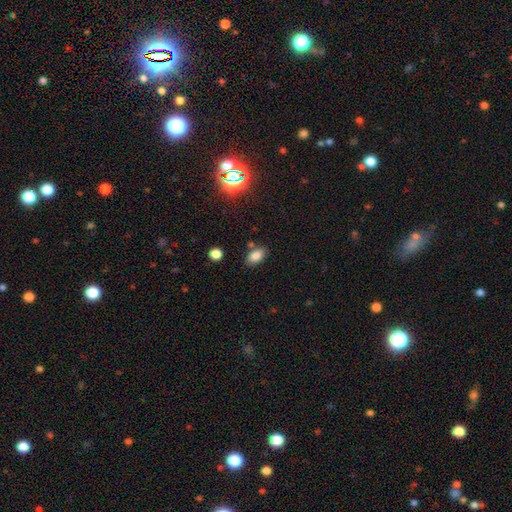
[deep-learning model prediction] Overall: smooth (83%). How rounded: in between (90%). Merging: none (79%).